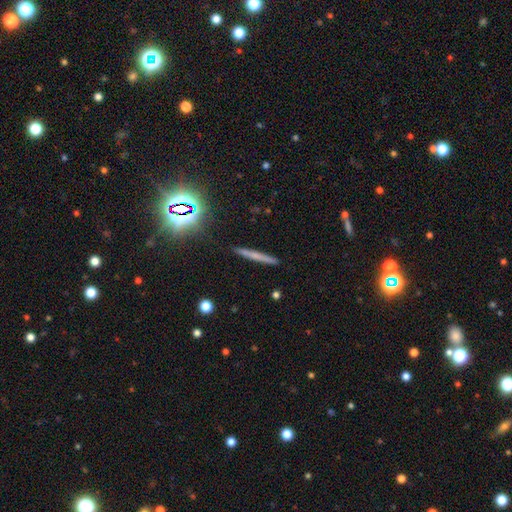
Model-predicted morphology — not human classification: Smooth or featured? Predicted: smooth (p=0.50). Merging? Predicted: none (p=0.90).